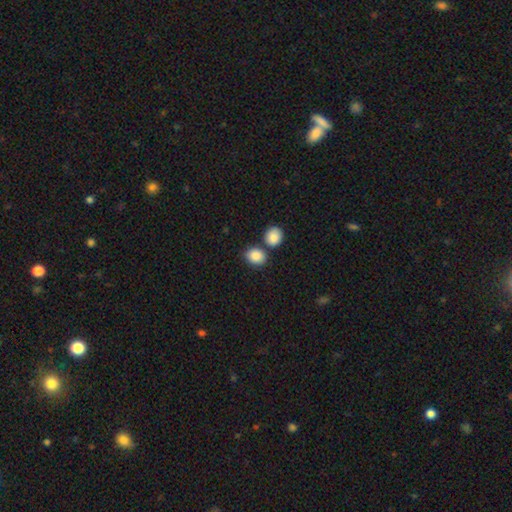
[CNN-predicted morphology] Smooth or featured: smooth — 88% (star or artifact — 8%)
How rounded: in between — 52% (round — 47%)
Merging: none — 67% (merger — 20%)